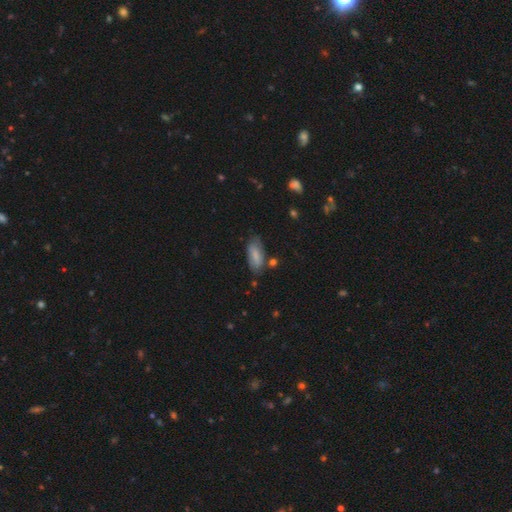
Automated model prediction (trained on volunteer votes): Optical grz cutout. It shows a smooth galaxy with no disk features (77%) that is in between round and cigar-shaped (82%). Merging: none (70%).